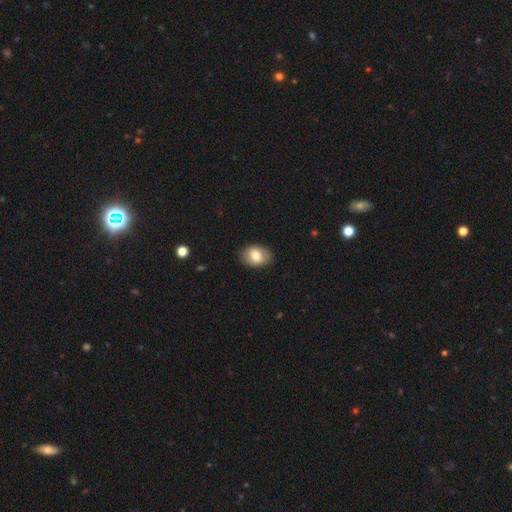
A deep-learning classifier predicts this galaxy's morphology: smooth-or-featured: smooth: 75% | featured or disk: 17% | star or artifact: 7%
  how-rounded: in between: 75% | round: 24% | cigar-shaped: 1%
  merging: none: 87% | minor disturbance: 10% | major disturbance: 2% | merger: 1%